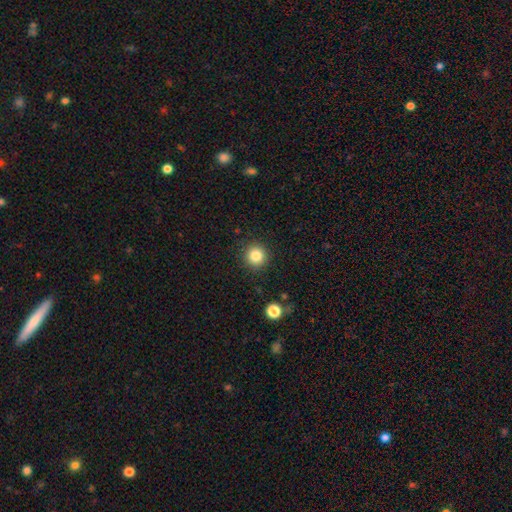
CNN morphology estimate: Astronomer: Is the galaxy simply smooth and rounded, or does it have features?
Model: smooth — 84%.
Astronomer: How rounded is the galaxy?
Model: round — 94%.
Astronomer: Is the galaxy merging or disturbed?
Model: none — 90%.